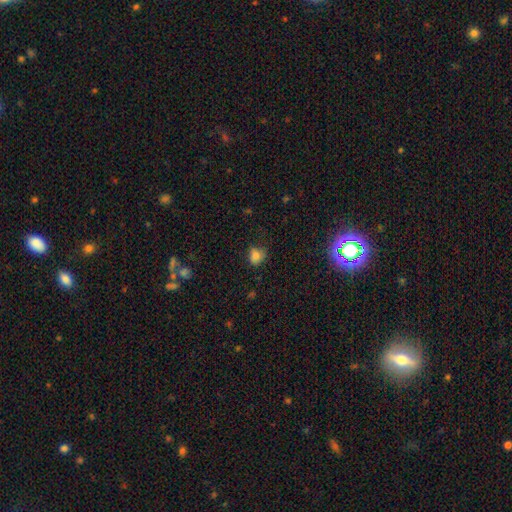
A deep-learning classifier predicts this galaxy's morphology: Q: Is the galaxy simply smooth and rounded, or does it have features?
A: smooth — 80%.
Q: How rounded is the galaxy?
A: round — 58%.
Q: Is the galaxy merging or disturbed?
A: none — 64%.